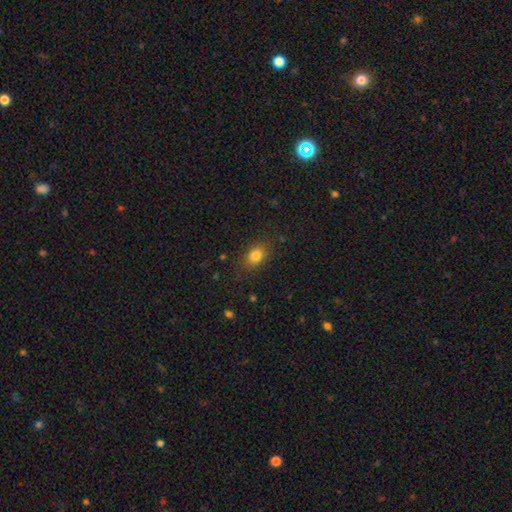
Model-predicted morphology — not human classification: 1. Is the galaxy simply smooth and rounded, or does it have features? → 81% smooth, 11% star or artifact, 7% featured or disk.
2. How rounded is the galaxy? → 70% in between, 28% round, 2% cigar-shaped.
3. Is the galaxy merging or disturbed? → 84% none, 12% minor disturbance, 4% major disturbance, 1% merger.